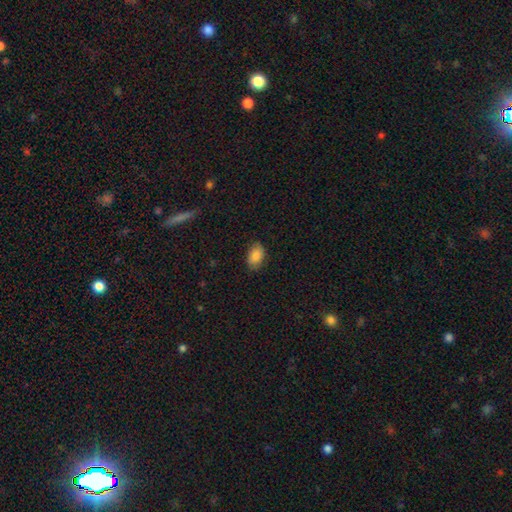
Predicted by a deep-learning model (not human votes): Smooth or featured? Predicted: smooth (p=0.86). How rounded? Predicted: in between (p=0.90). Merging? Predicted: none (p=0.81).